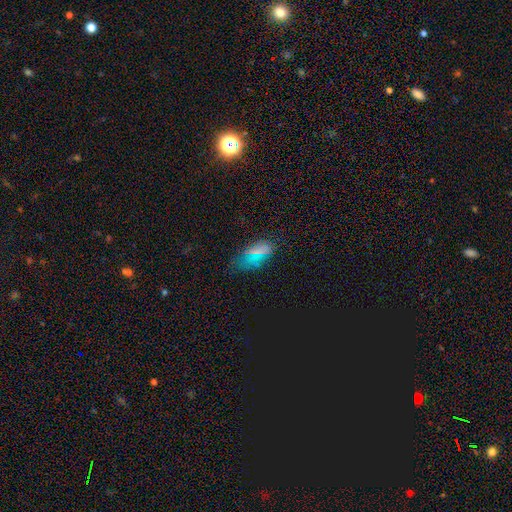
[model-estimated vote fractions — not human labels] Smooth or featured?
  - smooth: 55% *
  - star or artifact: 34%
  - featured or disk: 11%
How rounded?
  - in between: 88% *
  - round: 6%
  - cigar-shaped: 6%
Merging?
  - none: 74% *
  - minor disturbance: 18%
  - major disturbance: 6%
  - merger: 2%